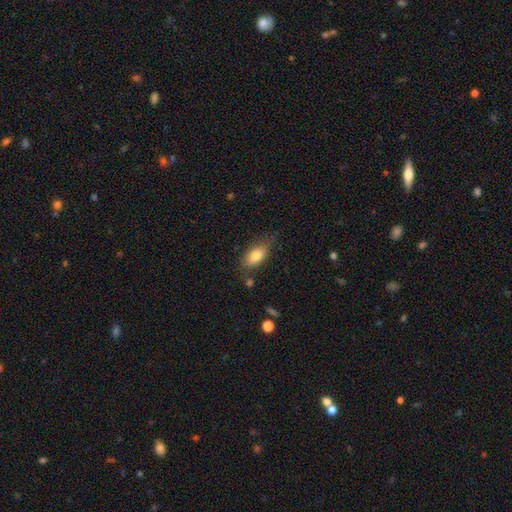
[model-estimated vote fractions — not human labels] Smooth or featured?
  - smooth: 78% *
  - featured or disk: 15%
  - star or artifact: 8%
How rounded?
  - in between: 86% *
  - cigar-shaped: 9%
  - round: 5%
Merging?
  - none: 70% *
  - minor disturbance: 22%
  - major disturbance: 5%
  - merger: 3%